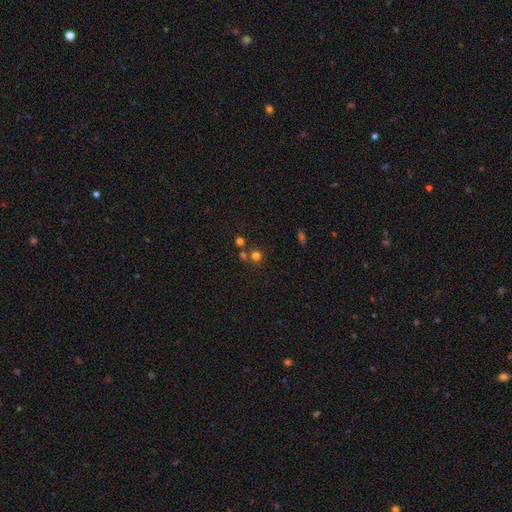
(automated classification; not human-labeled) The model was most divided on "merging": none: 66%, merger: 23%, minor disturbance: 7%, major disturbance: 3%. More confident: how rounded — round (89%); smooth or featured — smooth (69%).